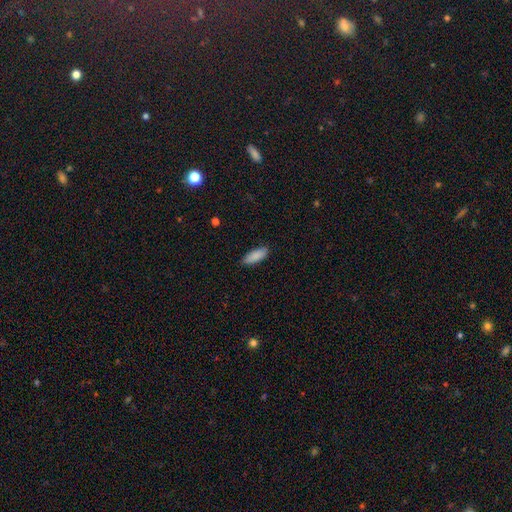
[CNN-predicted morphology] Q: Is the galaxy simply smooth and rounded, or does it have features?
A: smooth — 89%.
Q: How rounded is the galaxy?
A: in between — 69%.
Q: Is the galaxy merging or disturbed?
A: none — 88%.